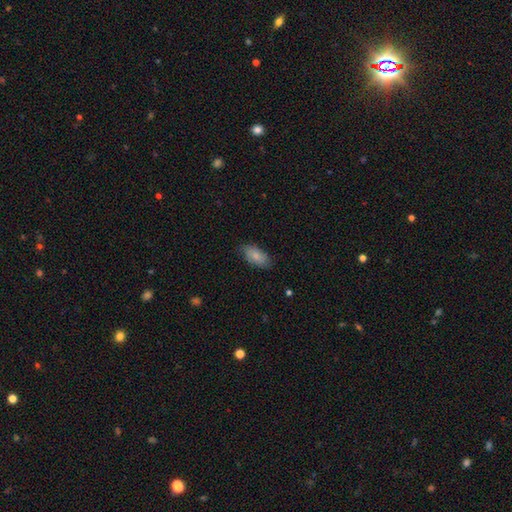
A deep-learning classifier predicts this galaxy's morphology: This is clearly a smooth galaxy (82%). How rounded: clearly in between (92%). Merging: likely none (79%).